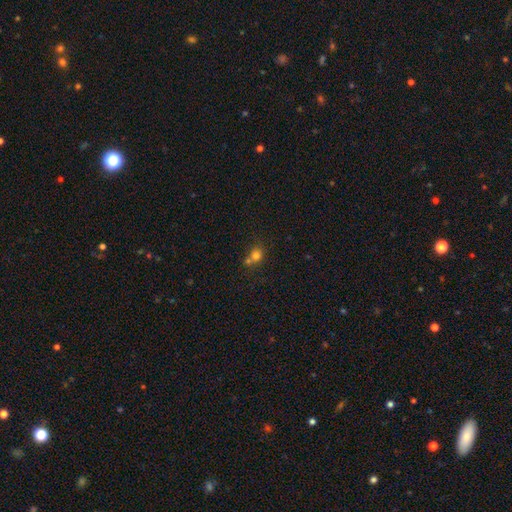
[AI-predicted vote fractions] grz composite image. It shows a smooth galaxy with no disk features (75%) that is round (75%). Merging: none (44%).